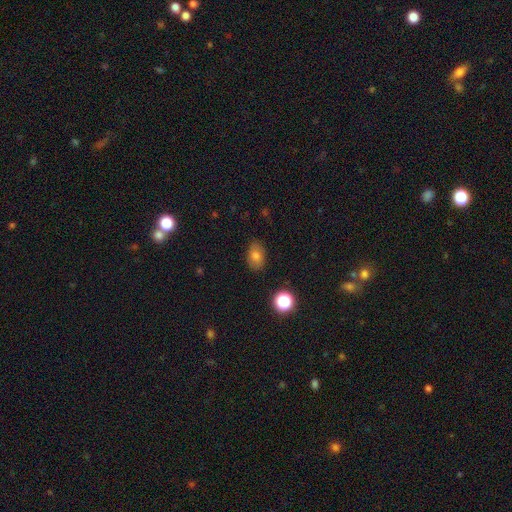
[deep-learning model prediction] Smooth or featured: smooth — 79% (star or artifact — 12%)
How rounded: in between — 83% (round — 15%)
Merging: none — 84% (minor disturbance — 12%)